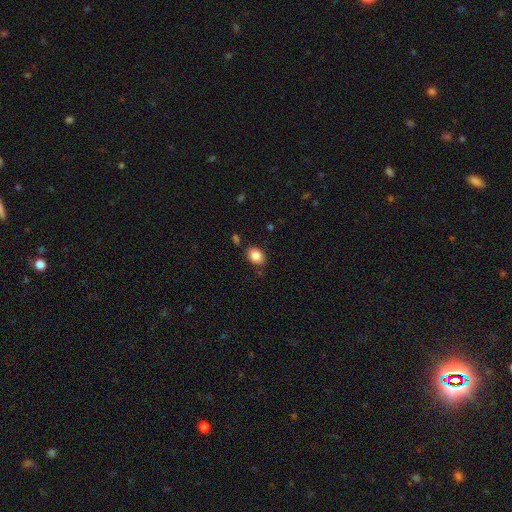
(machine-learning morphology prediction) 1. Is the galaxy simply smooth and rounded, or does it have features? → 86% smooth, 8% star or artifact, 6% featured or disk.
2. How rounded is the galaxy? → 68% in between, 31% round, 1% cigar-shaped.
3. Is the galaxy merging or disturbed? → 81% none, 12% minor disturbance, 4% merger, 3% major disturbance.